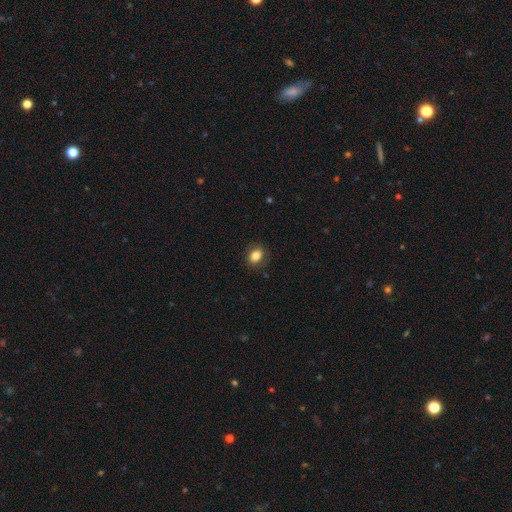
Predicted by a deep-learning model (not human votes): Smooth or featured: smooth — 84% (star or artifact — 9%)
How rounded: in between — 59% (round — 40%)
Merging: none — 85% (minor disturbance — 11%)